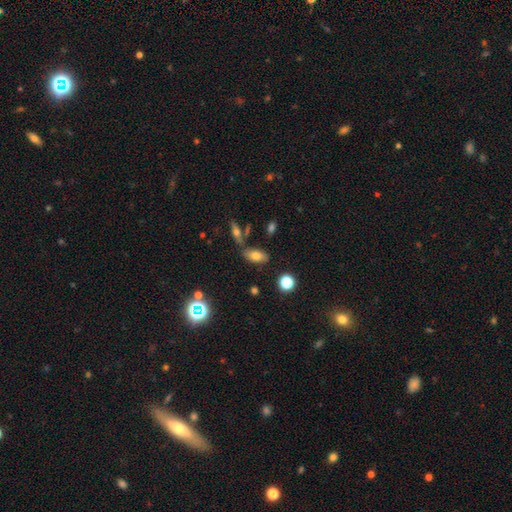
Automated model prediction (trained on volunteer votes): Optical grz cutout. It shows a smooth galaxy with no disk features (72%) that is in between round and cigar-shaped (89%). Merging: none (69%).